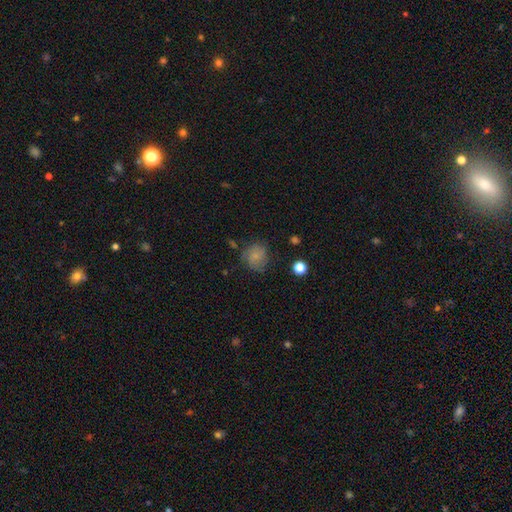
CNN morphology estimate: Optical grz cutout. It shows a smooth galaxy with no disk features (73%) that is round (79%). Merging: none (66%).